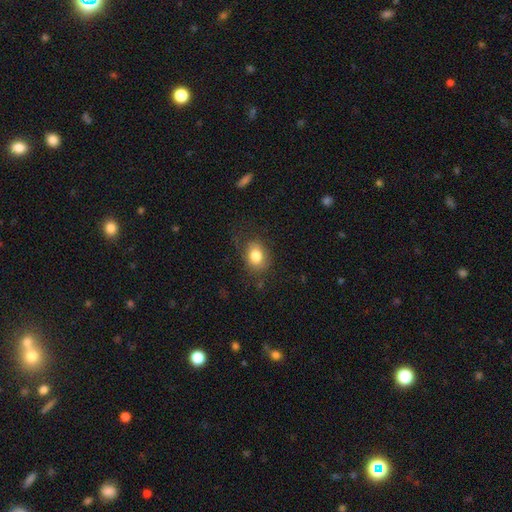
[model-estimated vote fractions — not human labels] Q: Smooth or featured?
A: smooth (81%); runner-up: featured or disk (10%)
Q: How rounded?
A: in between (59%); runner-up: round (40%)
Q: Merging?
A: none (70%); runner-up: minor disturbance (19%)